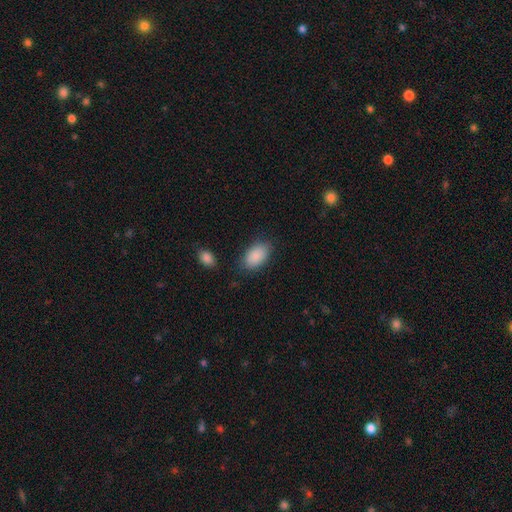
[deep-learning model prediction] Morphology: type=smooth (89%); roundness=in between (93%); merging=none (79%).